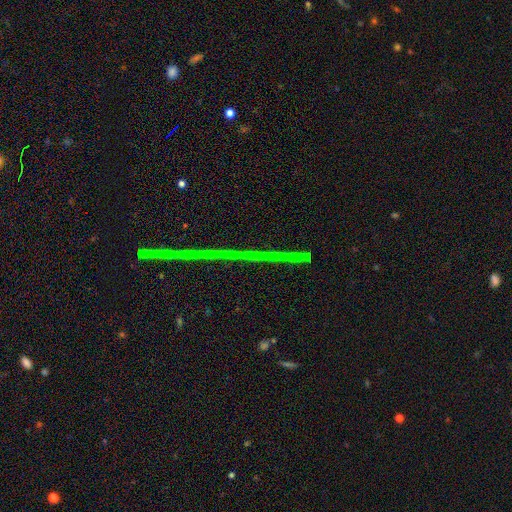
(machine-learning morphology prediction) Q: Smooth or featured?
A: star or artifact (80%); runner-up: featured or disk (13%)